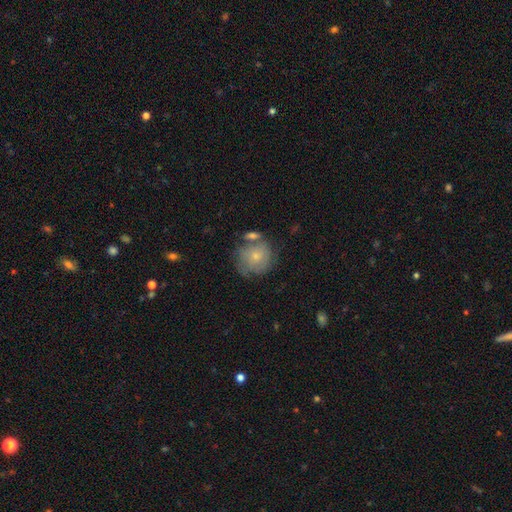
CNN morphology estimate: This appears to be a smooth galaxy with no disk features (65%) that is round (85%). Merging: none (49%).